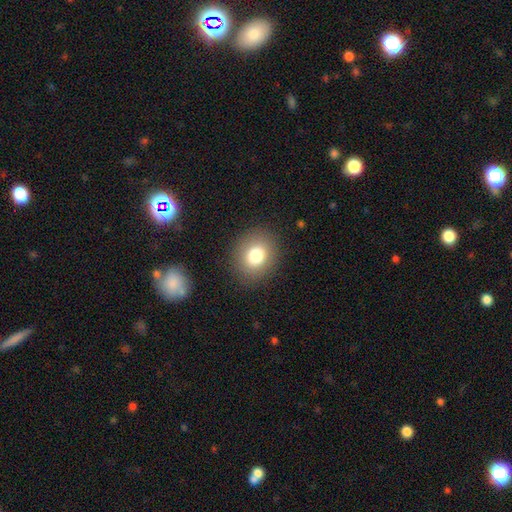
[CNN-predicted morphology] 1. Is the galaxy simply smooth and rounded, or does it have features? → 79% smooth, 11% star or artifact, 10% featured or disk.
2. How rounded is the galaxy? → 64% round, 35% in between, 1% cigar-shaped.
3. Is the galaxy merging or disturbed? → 88% none, 8% minor disturbance, 3% major disturbance, 1% merger.